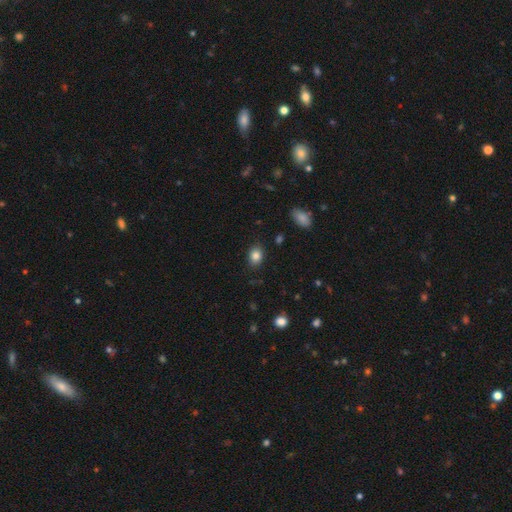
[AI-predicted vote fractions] Overall: smooth (84%). How rounded: in between (65%; round 34%). Merging: none (85%).